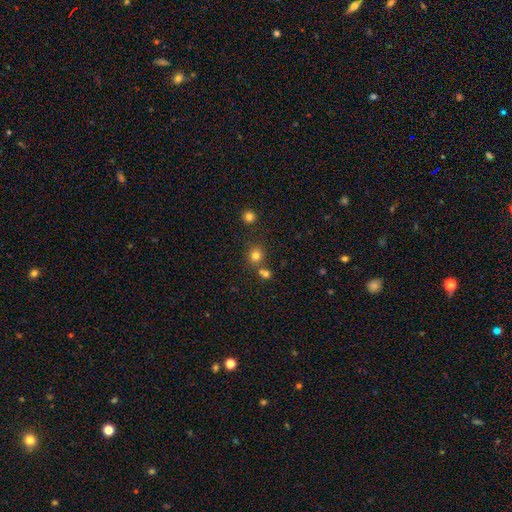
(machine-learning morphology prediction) type=smooth (78%); roundness=round (85%); merging=none (70%).